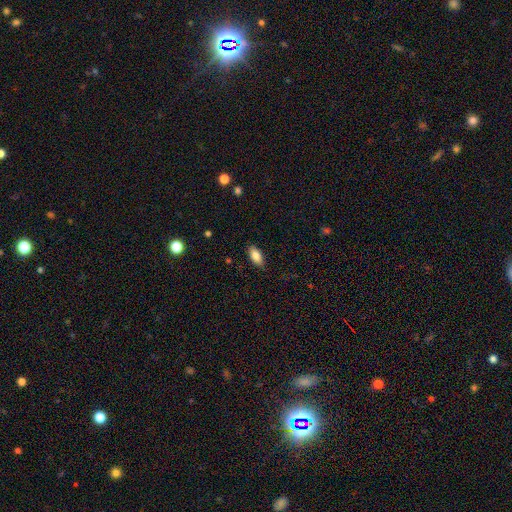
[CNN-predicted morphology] This is clearly a smooth galaxy (84%). How rounded: clearly in between (88%). Merging: clearly none (84%).